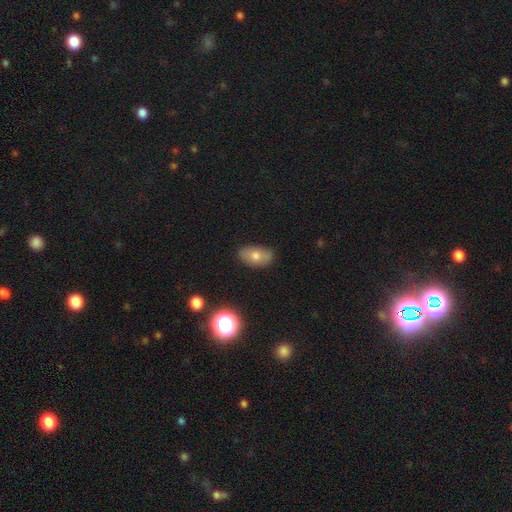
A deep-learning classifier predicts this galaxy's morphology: Smooth or featured?
  - smooth: 68% *
  - featured or disk: 21%
  - star or artifact: 11%
How rounded?
  - in between: 89% *
  - round: 9%
  - cigar-shaped: 2%
Merging?
  - none: 80% *
  - minor disturbance: 16%
  - major disturbance: 3%
  - merger: 2%